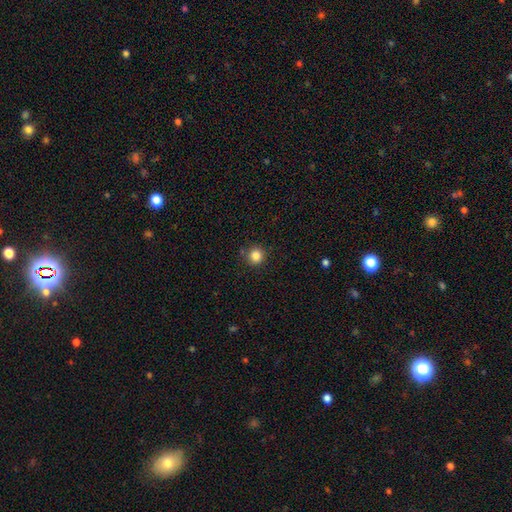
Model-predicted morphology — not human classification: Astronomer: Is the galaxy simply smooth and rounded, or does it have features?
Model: smooth — 84%.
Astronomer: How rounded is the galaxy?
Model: round — 93%.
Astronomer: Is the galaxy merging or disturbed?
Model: none — 85%.